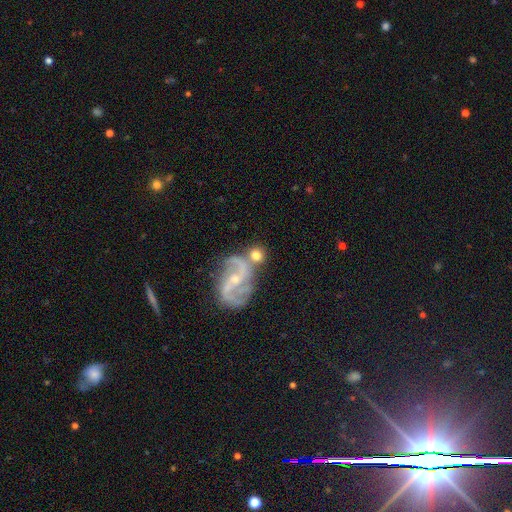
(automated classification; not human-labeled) smooth_or_featured: featured or disk (p=0.60) [alt: smooth p=0.32]
disk_edge_on: no (p=0.96) [alt: yes p=0.04]
bar: weak (p=0.43) [alt: no p=0.39]
has_spiral_arms: yes (p=0.90) [alt: no p=0.10]
spiral_winding: loose (p=0.53) [alt: medium p=0.38]
spiral_arm_count: 2 (p=0.85) [alt: 3 p=0.05]
bulge_size: small (p=0.68) [alt: moderate p=0.25]
merging: none (p=0.59) [alt: merger p=0.20]